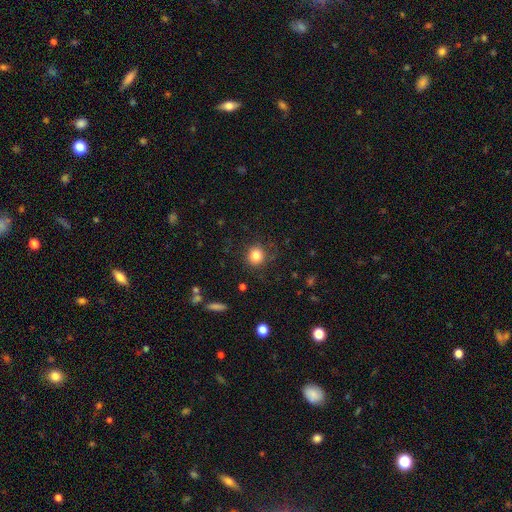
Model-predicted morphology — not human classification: A smooth galaxy with no disk features (83%) that is round (89%). Merging: none (87%).